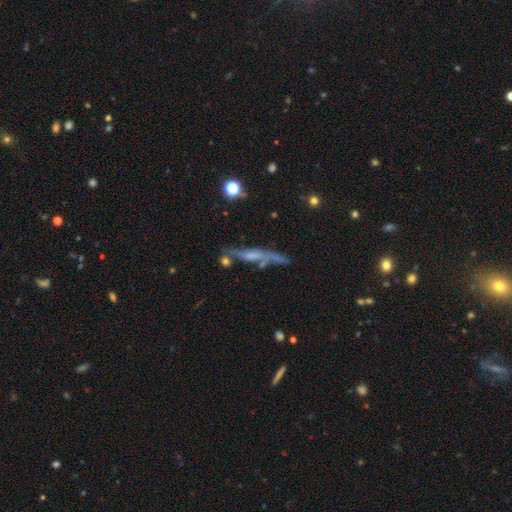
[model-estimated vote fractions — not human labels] A featured or disk galaxy (58%) viewed edge-on (80%).

Vote fractions:
- Smooth or featured? featured or disk: 58% / smooth: 30% / star or artifact: 12%
- Edge-on disk? yes: 80% / no: 20%
- Merging? none: 58% / minor disturbance: 21% / major disturbance: 11% / merger: 10%